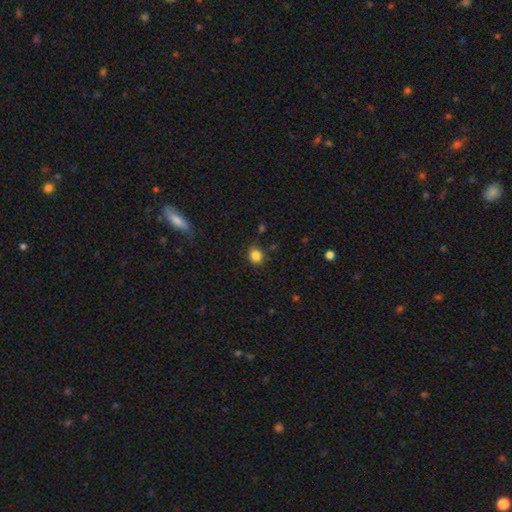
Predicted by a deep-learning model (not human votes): This is clearly a smooth galaxy (85%). How rounded: likely round (75%). Merging: likely none (78%).